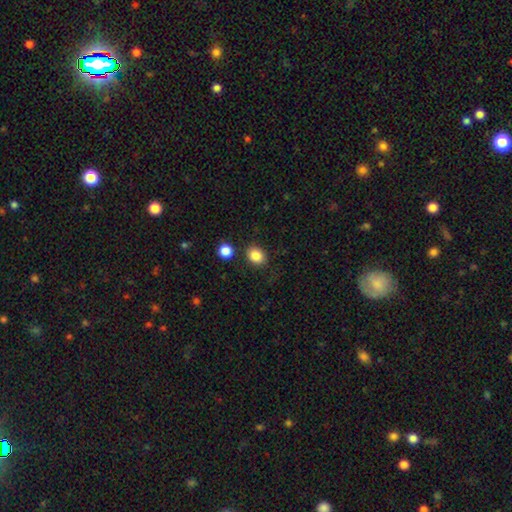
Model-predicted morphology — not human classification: A smooth galaxy with no disk features (85%) that is round (54%).

Vote fractions:
- Smooth or featured? smooth: 85% / star or artifact: 10% / featured or disk: 5%
- How rounded? round: 54% / in between: 45% / cigar-shaped: 1%
- Merging? none: 81% / minor disturbance: 10% / merger: 5% / major disturbance: 3%